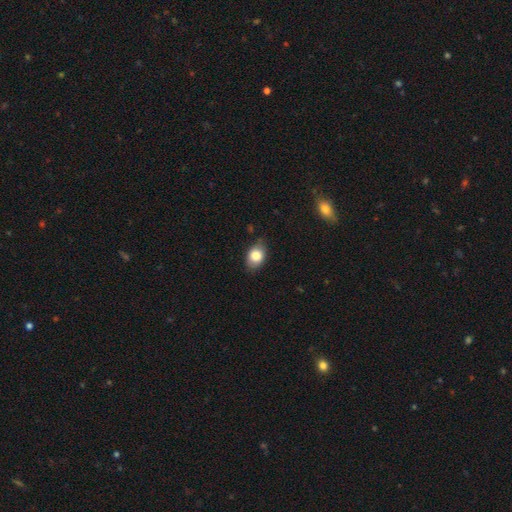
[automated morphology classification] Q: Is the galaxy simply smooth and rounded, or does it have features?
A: smooth — 82%.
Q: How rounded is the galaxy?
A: in between — 74%.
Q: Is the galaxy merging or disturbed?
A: none — 78%.